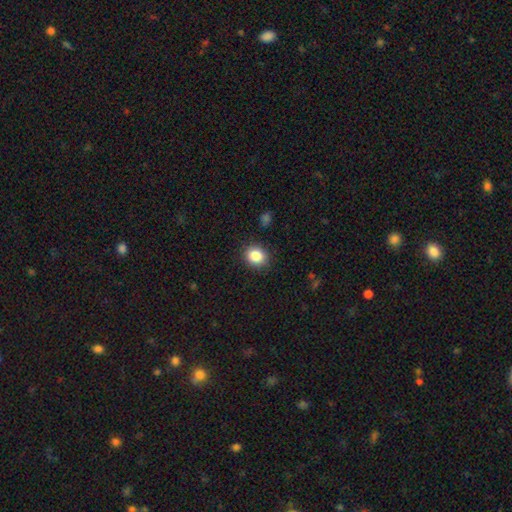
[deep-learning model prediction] smooth_or_featured: smooth (p=0.86) [alt: star or artifact p=0.10]
how_rounded: round (p=0.70) [alt: in between p=0.29]
merging: none (p=0.88) [alt: minor disturbance p=0.08]